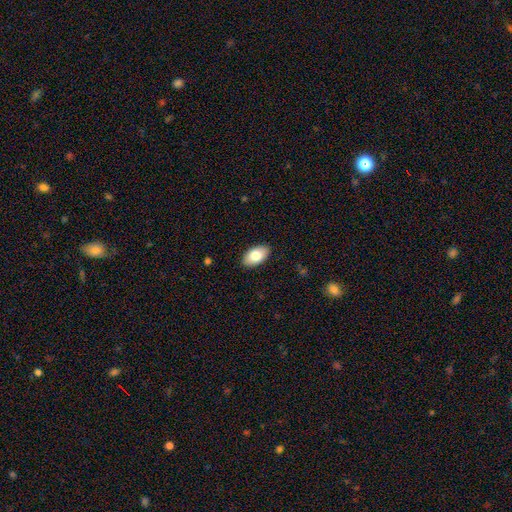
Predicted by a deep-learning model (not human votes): A smooth galaxy with no disk features (80%) that is in between round and cigar-shaped (94%).

Vote fractions:
- Smooth or featured? smooth: 80% / featured or disk: 14% / star or artifact: 7%
- How rounded? in between: 94% / round: 4% / cigar-shaped: 2%
- Merging? none: 89% / minor disturbance: 8% / major disturbance: 2% / merger: 1%